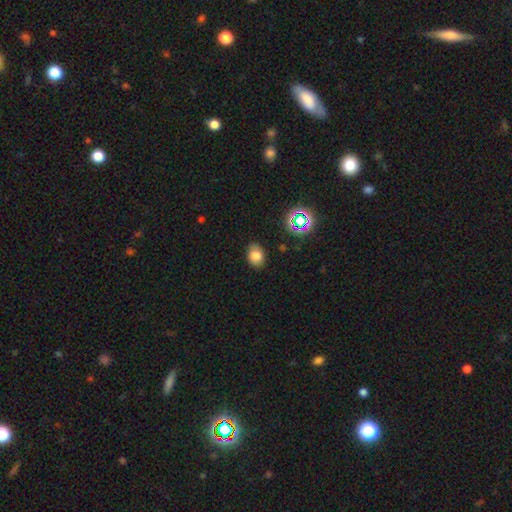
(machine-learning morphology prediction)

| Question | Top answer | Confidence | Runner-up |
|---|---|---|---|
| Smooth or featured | smooth | 78% | star or artifact (13%) |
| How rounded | in between | 71% | round (28%) |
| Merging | none | 81% | minor disturbance (14%) |